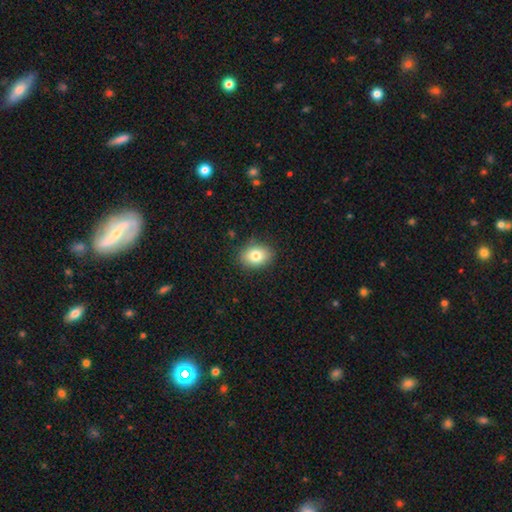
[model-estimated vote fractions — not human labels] Morphology: type=smooth (80%); roundness=in between (69%); merging=none (87%).